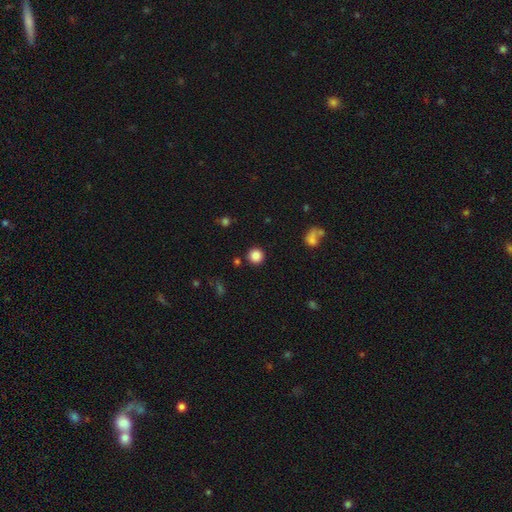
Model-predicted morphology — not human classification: Smooth or featured? smooth (86%)
How rounded? round (95%)
Merging? none (89%)